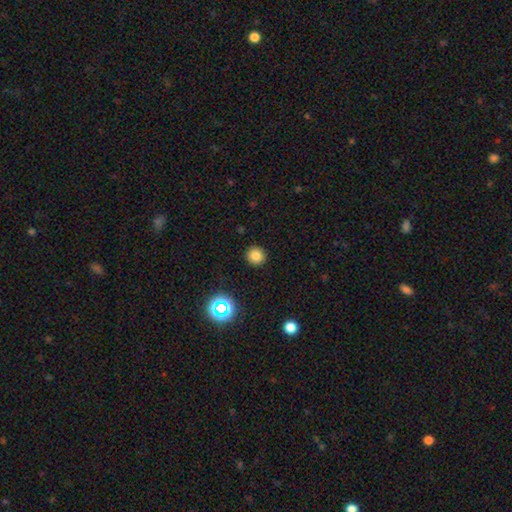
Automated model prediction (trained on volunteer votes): Morphology: type=smooth (80%); roundness=round (92%); merging=none (91%).